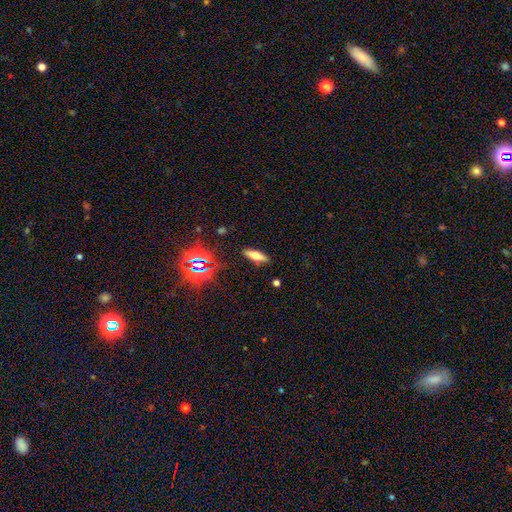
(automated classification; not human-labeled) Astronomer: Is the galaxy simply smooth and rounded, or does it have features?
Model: smooth — 52% (runner-up: featured or disk, 32%).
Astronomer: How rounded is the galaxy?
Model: cigar-shaped — 50% (runner-up: in between, 46%).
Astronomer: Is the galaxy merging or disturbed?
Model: none — 88%.